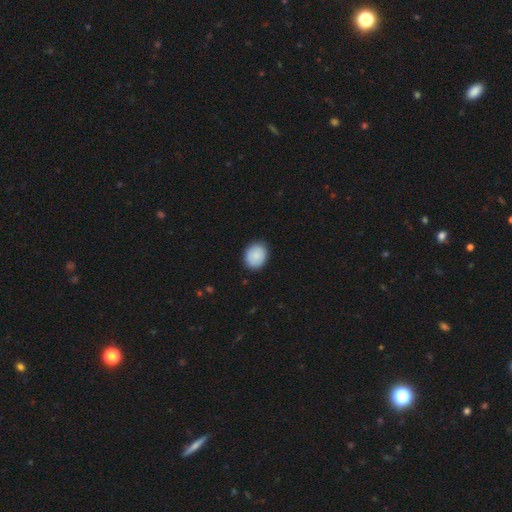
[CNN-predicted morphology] smooth-or-featured: smooth: 85% | featured or disk: 9% | star or artifact: 7%
  how-rounded: round: 60% | in between: 39% | cigar-shaped: 1%
  merging: none: 87% | minor disturbance: 10% | major disturbance: 2% | merger: 1%